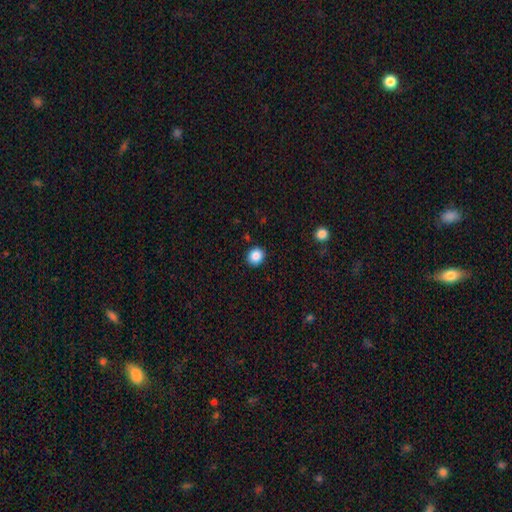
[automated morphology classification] type=smooth (87%); roundness=round (77%); merging=none (90%).